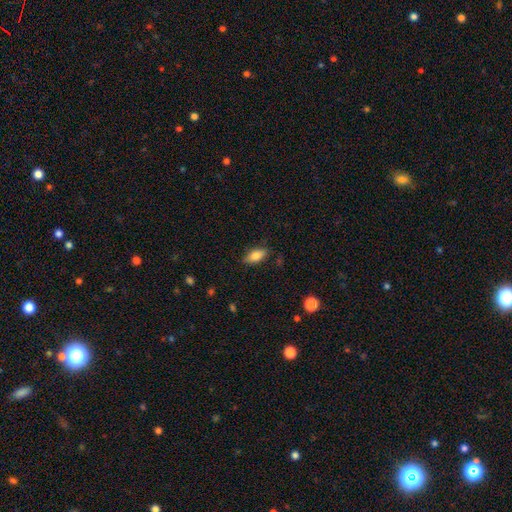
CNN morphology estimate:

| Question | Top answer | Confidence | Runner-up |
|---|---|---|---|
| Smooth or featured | smooth | 81% | featured or disk (12%) |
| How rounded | in between | 84% | cigar-shaped (13%) |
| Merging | none | 83% | minor disturbance (13%) |